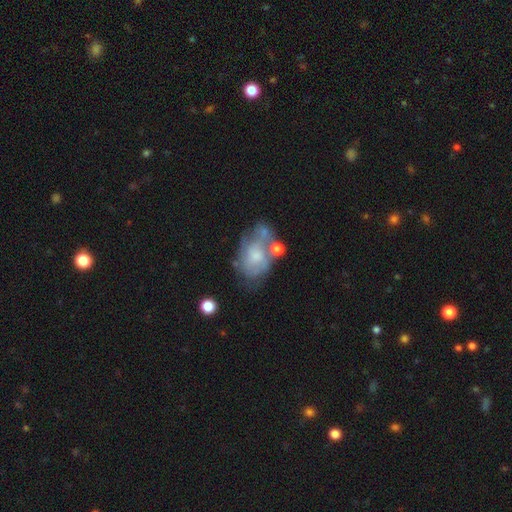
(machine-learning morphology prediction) Smooth or featured?
  - featured or disk: 54% *
  - smooth: 37%
  - star or artifact: 9%
Edge-on disk?
  - no: 96% *
  - yes: 4%
Bar?
  - no: 78% *
  - weak: 19%
  - strong: 3%
Spiral arms?
  - no: 55% *
  - yes: 45%
Bulge size?
  - small: 43% *
  - moderate: 34%
  - none: 16%
  - large: 5%
  - dominant: 2%
Merging?
  - none: 35% *
  - minor disturbance: 25%
  - major disturbance: 22%
  - merger: 18%